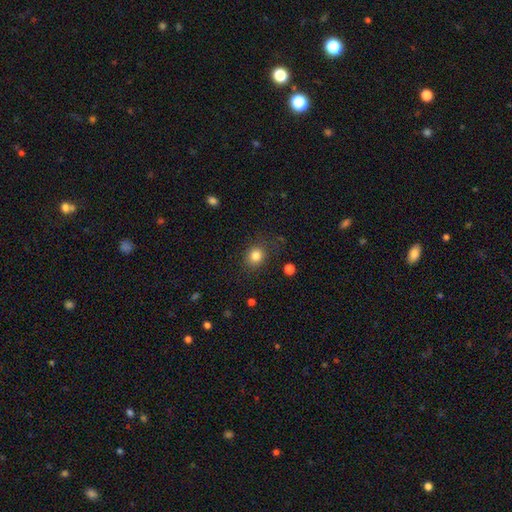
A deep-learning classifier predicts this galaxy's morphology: Smooth or featured?
  - smooth: 82% *
  - star or artifact: 12%
  - featured or disk: 6%
How rounded?
  - round: 70% *
  - in between: 30%
  - cigar-shaped: 1%
Merging?
  - none: 83% *
  - minor disturbance: 11%
  - major disturbance: 4%
  - merger: 2%